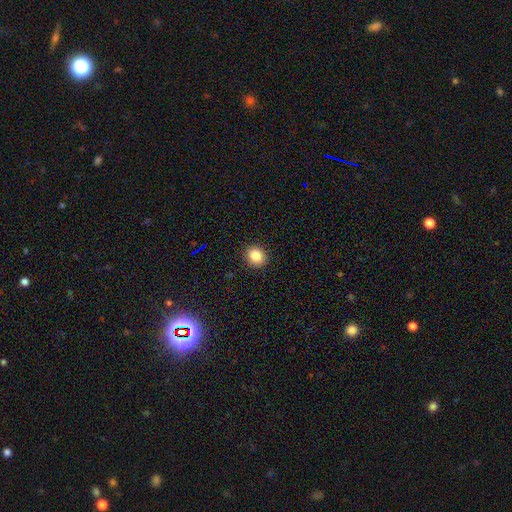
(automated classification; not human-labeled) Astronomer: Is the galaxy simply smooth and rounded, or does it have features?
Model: smooth — 84%.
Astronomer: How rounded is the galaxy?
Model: round — 78%.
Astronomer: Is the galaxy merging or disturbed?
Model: none — 91%.